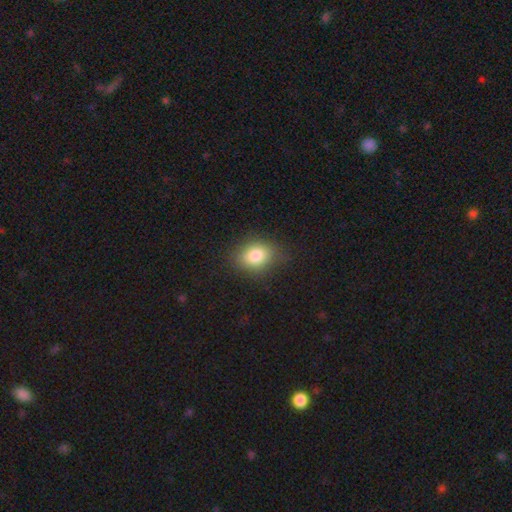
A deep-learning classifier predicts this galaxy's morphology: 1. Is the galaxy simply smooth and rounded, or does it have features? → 83% smooth, 9% star or artifact, 8% featured or disk.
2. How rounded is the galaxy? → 66% in between, 33% round, 1% cigar-shaped.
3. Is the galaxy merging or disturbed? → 80% none, 14% minor disturbance, 4% major disturbance, 1% merger.